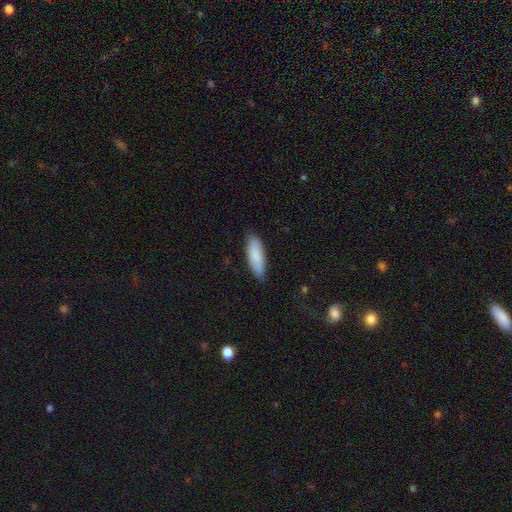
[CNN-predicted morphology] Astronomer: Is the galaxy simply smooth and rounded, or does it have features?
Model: smooth — 85%.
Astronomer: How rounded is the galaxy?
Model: in between — 53% (runner-up: cigar-shaped, 45%).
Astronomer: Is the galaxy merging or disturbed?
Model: none — 82%.